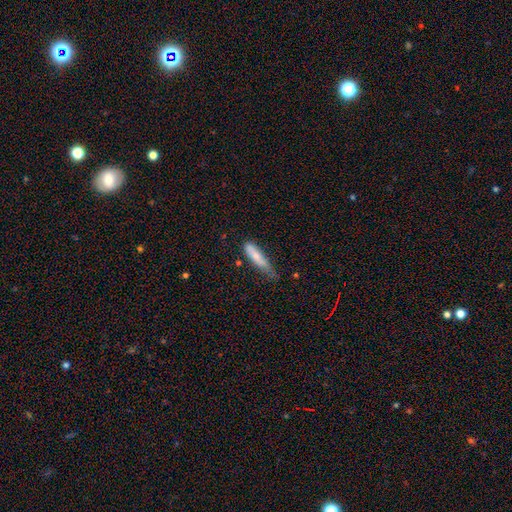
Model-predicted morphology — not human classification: type=smooth (74%); roundness=cigar-shaped (69%); merging=minor disturbance (42%, tied with none).